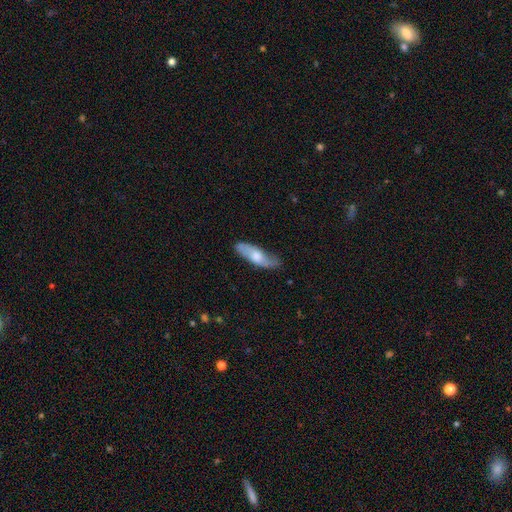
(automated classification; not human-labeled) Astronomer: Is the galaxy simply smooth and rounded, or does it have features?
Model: smooth — 56% (runner-up: featured or disk, 38%).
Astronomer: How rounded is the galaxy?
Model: cigar-shaped — 49%, tied with in between at 49%.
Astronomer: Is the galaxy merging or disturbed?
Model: none — 73%.